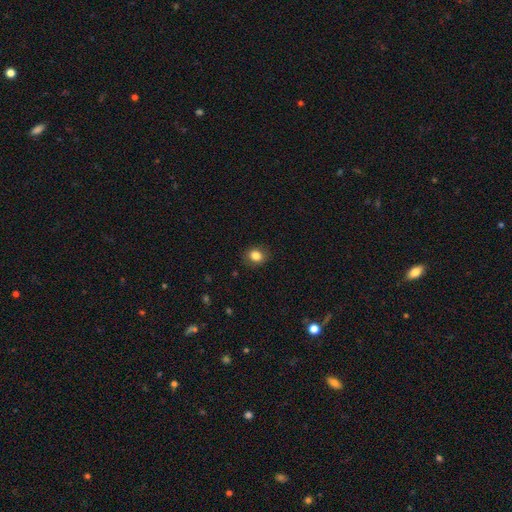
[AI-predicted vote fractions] smooth-or-featured: smooth: 84% | star or artifact: 10% | featured or disk: 6%
  how-rounded: round: 55% | in between: 44% | cigar-shaped: 1%
  merging: none: 85% | minor disturbance: 11% | major disturbance: 3% | merger: 1%